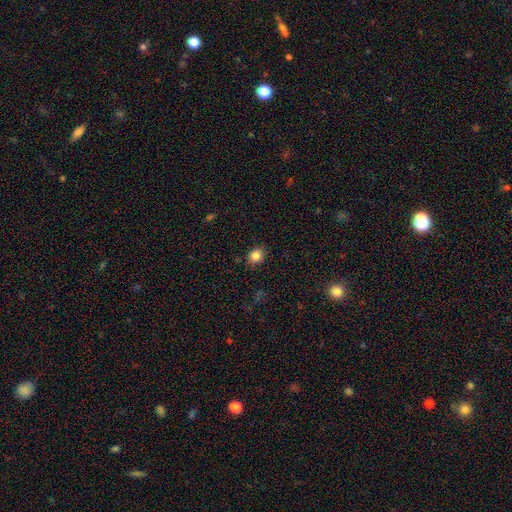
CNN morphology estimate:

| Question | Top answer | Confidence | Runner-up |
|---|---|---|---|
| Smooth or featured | smooth | 84% | star or artifact (11%) |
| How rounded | round | 63% | in between (36%) |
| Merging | none | 86% | minor disturbance (10%) |